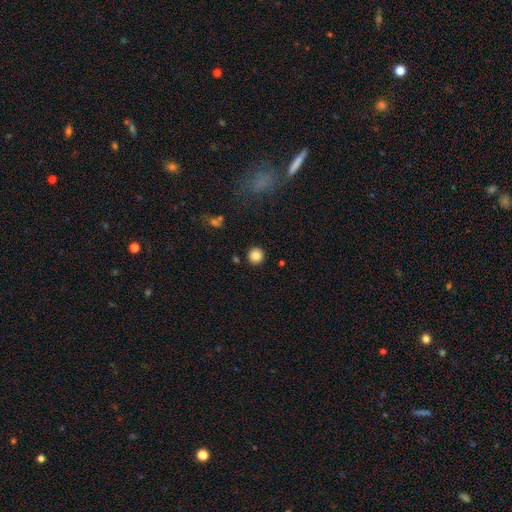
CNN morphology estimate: The model was most divided on "smooth or featured": smooth: 85%, star or artifact: 10%, featured or disk: 4%. More confident: how rounded — round (94%); merging — none (90%).